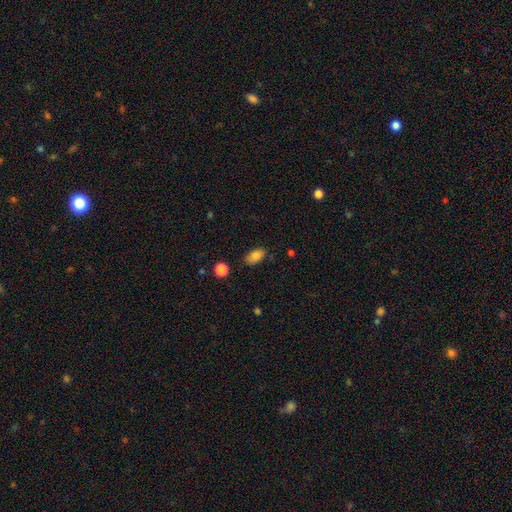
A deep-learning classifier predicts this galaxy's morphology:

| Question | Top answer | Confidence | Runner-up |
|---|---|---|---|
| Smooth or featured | smooth | 82% | featured or disk (9%) |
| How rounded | in between | 91% | round (6%) |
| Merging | none | 80% | minor disturbance (16%) |